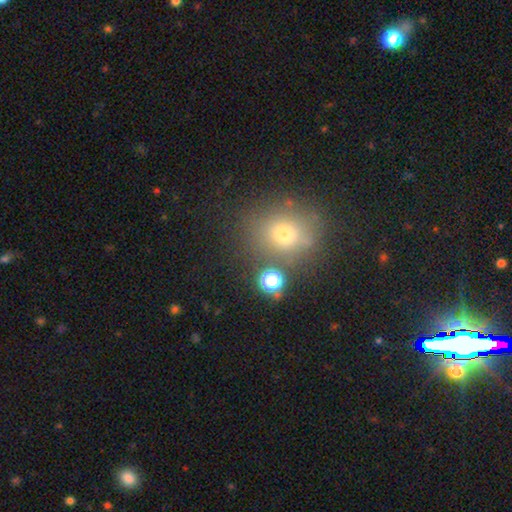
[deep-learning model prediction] A smooth galaxy with no disk features (50%) that is round (81%).

Vote fractions:
- Smooth or featured? smooth: 50% / star or artifact: 37% / featured or disk: 12%
- How rounded? round: 81% / in between: 18% / cigar-shaped: 1%
- Merging? none: 80% / minor disturbance: 9% / merger: 8% / major disturbance: 3%